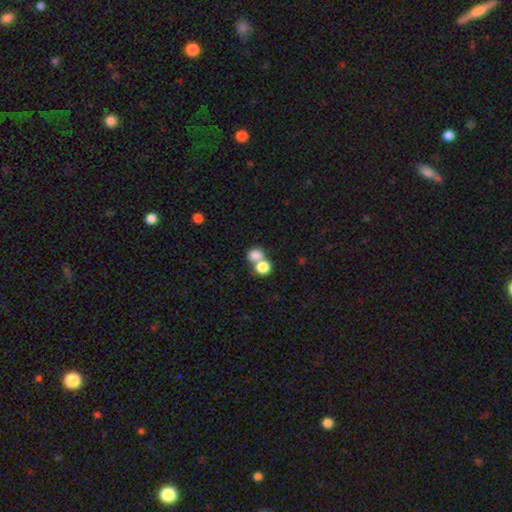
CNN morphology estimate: Q: Smooth or featured?
A: smooth (81%); runner-up: star or artifact (10%)
Q: How rounded?
A: round (59%); runner-up: in between (39%)
Q: Merging?
A: merger (59%); runner-up: none (31%)